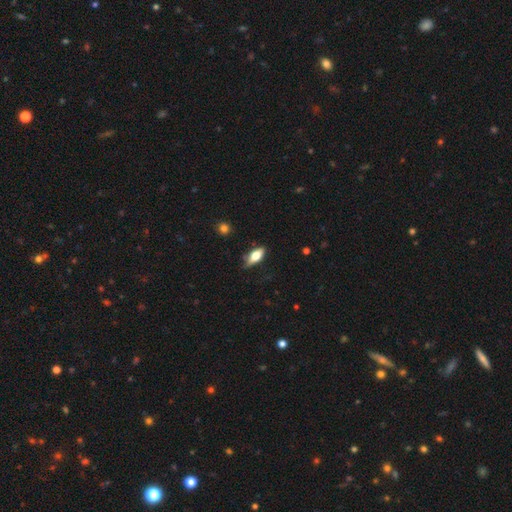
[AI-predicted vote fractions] Smooth or featured? Predicted: smooth (p=0.63). How rounded? Predicted: in between (p=0.74). Merging? Predicted: none (p=0.72).